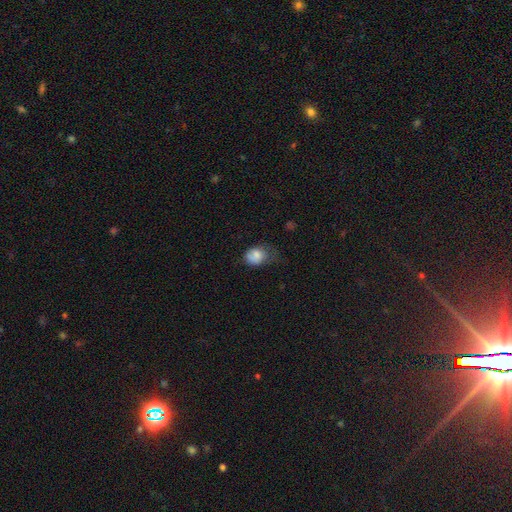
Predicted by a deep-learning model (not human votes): smooth-or-featured: smooth: 79% | featured or disk: 12% | star or artifact: 8%
  how-rounded: in between: 59% | round: 40% | cigar-shaped: 1%
  merging: minor disturbance: 38% | none: 37% | major disturbance: 22% | merger: 3%